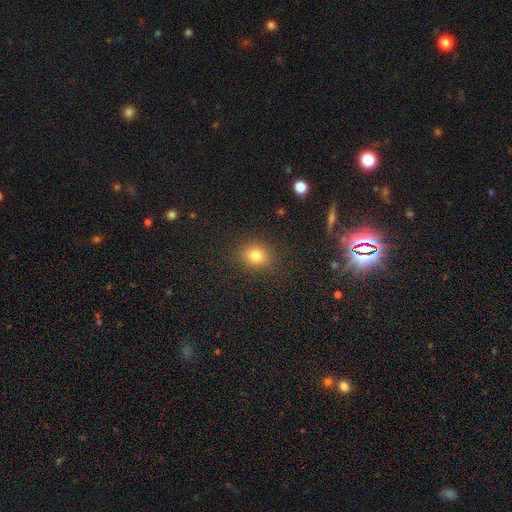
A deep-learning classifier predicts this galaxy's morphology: Smooth or featured: smooth — 80% (star or artifact — 14%)
How rounded: round — 69% (in between — 30%)
Merging: none — 86% (minor disturbance — 9%)